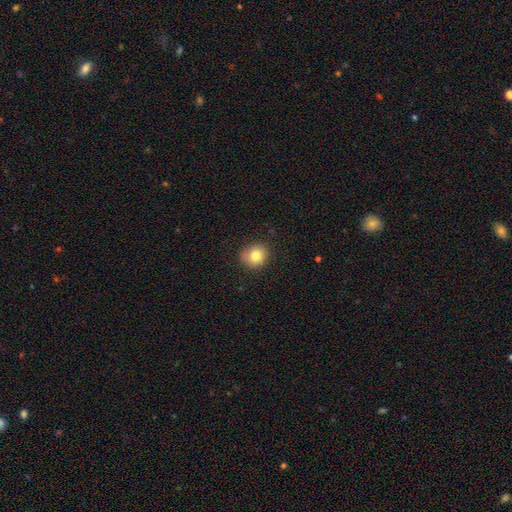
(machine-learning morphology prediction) A smooth galaxy with no disk features (81%) that is round (79%).

Vote fractions:
- Smooth or featured? smooth: 81% / star or artifact: 10% / featured or disk: 8%
- How rounded? round: 79% / in between: 21% / cigar-shaped: 1%
- Merging? none: 80% / minor disturbance: 16% / major disturbance: 3% / merger: 1%